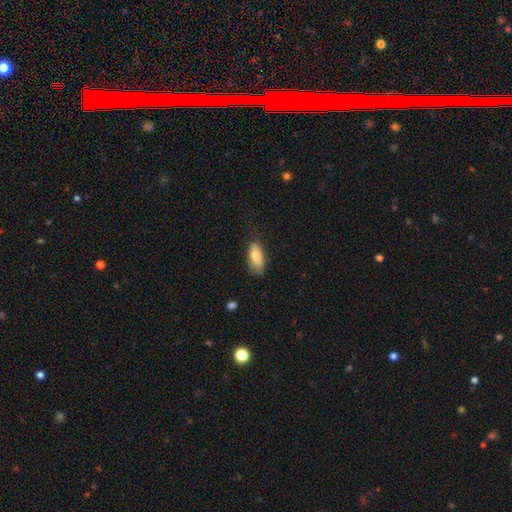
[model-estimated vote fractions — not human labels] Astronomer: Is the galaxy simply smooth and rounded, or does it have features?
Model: smooth — 79%.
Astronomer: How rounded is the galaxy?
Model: in between — 85%.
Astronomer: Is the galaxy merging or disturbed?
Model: none — 68%.